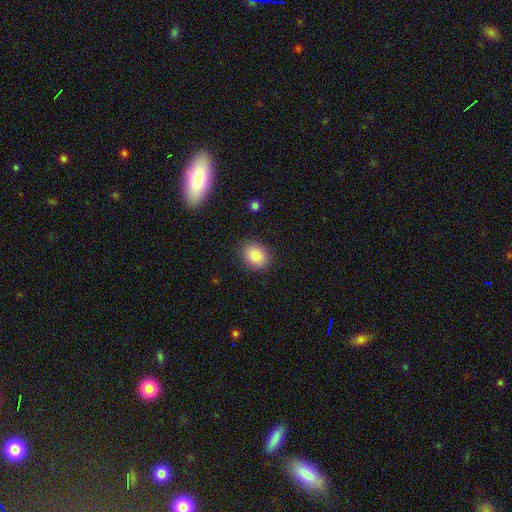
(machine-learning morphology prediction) Overall: smooth (87%). How rounded: in between (53%; round 46%). Merging: none (86%).